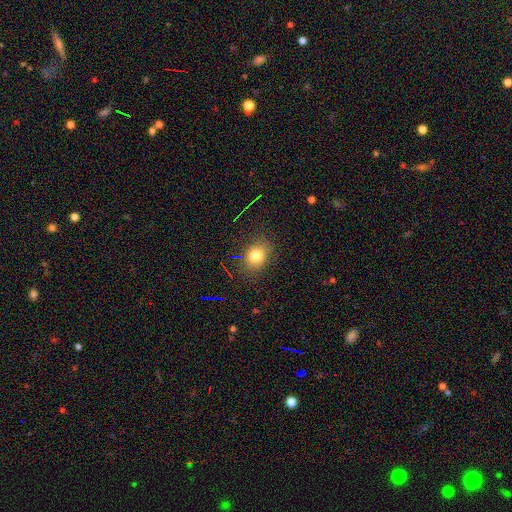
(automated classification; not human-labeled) smooth 76%, star or artifact 16%, featured or disk 8%. Down the decision tree: how rounded — round (54%); merging — none (82%).